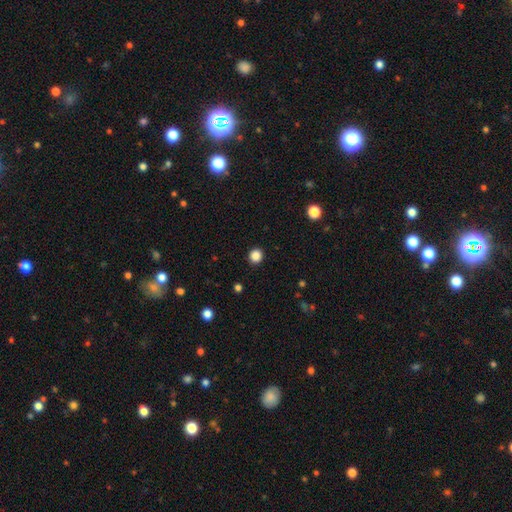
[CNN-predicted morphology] A smooth galaxy with no disk features (86%) that is round (90%). Merging: none (92%).